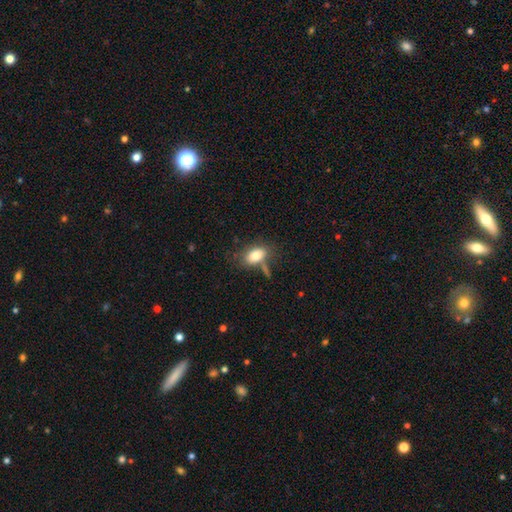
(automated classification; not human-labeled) Smooth or featured? smooth (80%)
How rounded? in between (87%)
Merging? none (59%)